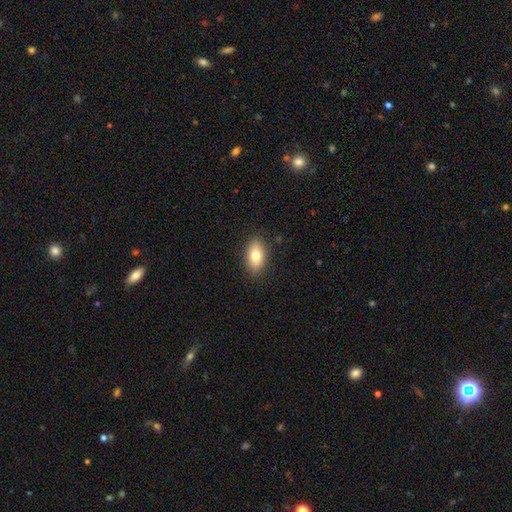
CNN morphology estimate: A smooth galaxy with no disk features (78%) that is in between round and cigar-shaped (90%).

Vote fractions:
- Smooth or featured? smooth: 78% / featured or disk: 15% / star or artifact: 7%
- How rounded? in between: 90% / round: 6% / cigar-shaped: 4%
- Merging? none: 87% / minor disturbance: 10% / major disturbance: 2% / merger: 1%